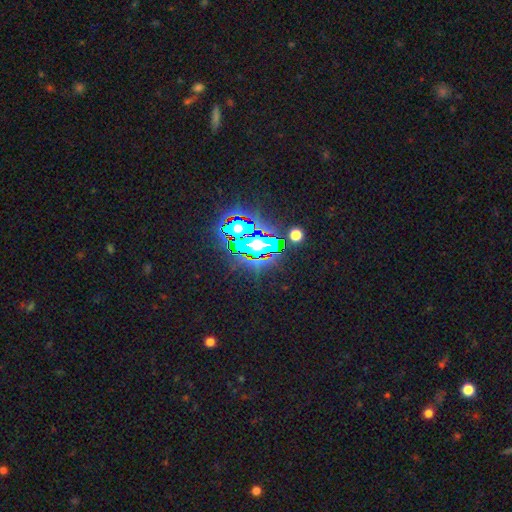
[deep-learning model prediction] Smooth or featured? star or artifact (76%)